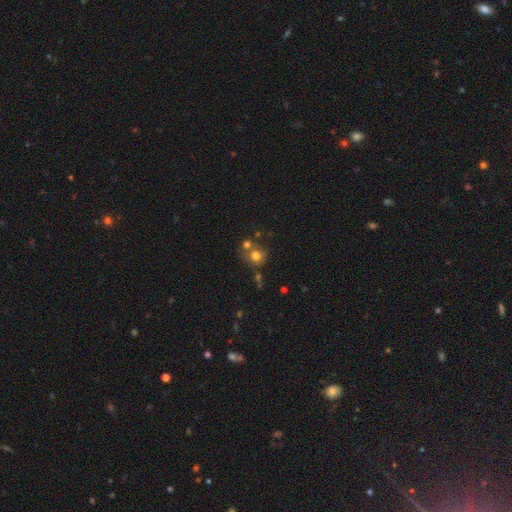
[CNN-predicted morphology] A smooth galaxy with no disk features (73%) that is round (83%). Merging: none (53%).